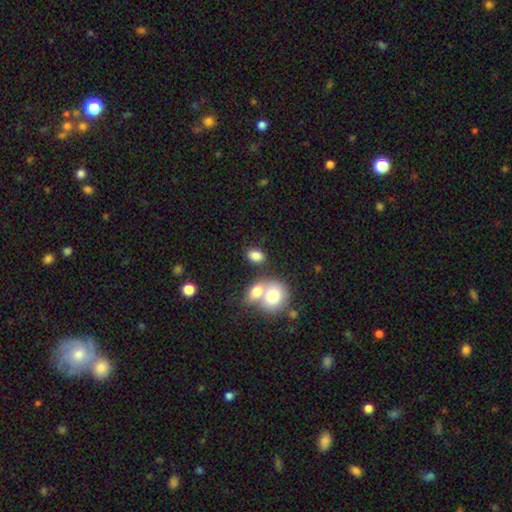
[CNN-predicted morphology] type=smooth (82%); roundness=in between (76%); merging=none (56%).